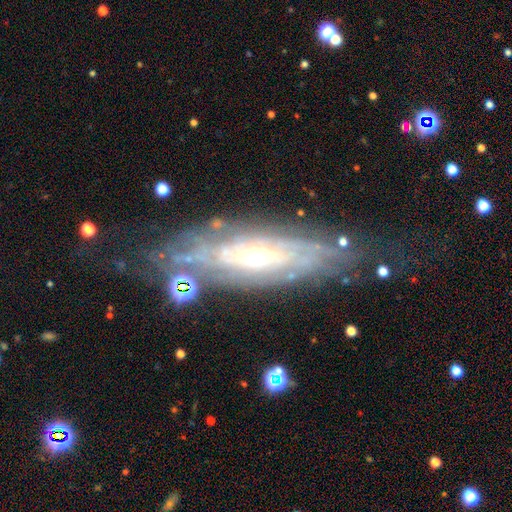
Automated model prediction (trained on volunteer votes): A featured or disk galaxy (84%) with no bar (62%), tight (75%) spiral arms (83%) and a moderate central bulge (61%). Merging: none (66%).